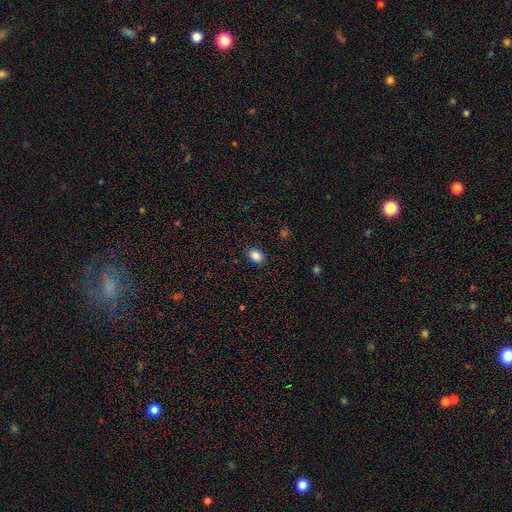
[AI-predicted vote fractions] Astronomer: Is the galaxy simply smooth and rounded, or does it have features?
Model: smooth — 86%.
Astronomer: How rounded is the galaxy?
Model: in between — 70%.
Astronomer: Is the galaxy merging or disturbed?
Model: none — 88%.